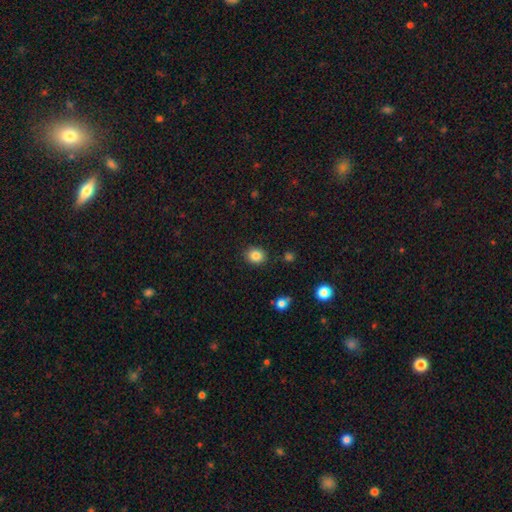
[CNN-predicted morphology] smooth-or-featured: smooth: 84% | star or artifact: 10% | featured or disk: 5%
  how-rounded: round: 70% | in between: 29% | cigar-shaped: 1%
  merging: none: 88% | minor disturbance: 8% | major disturbance: 2% | merger: 2%